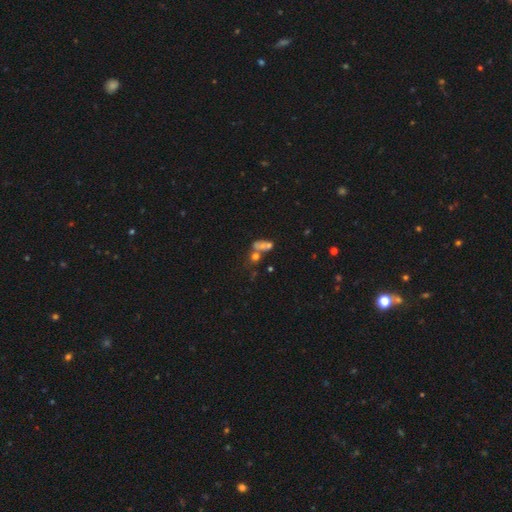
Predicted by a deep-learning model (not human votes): Smooth or featured: smooth — 46% (star or artifact — 28%)
Merging: merger — 48% (none — 33%)